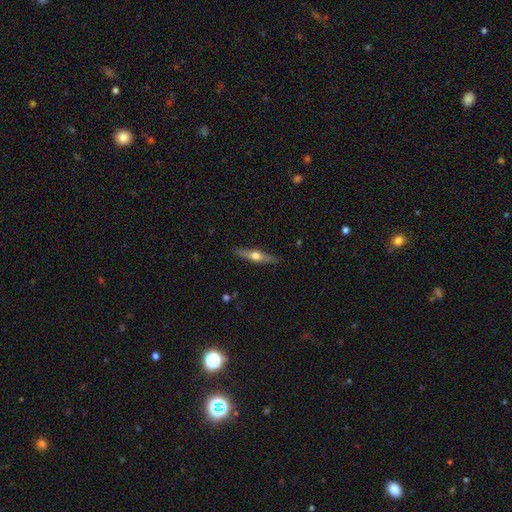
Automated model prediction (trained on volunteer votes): smooth-or-featured: featured or disk: 61% | smooth: 33% | star or artifact: 6%
  disk-edge-on: yes: 96% | no: 4%
    edge-on-bulge: rounded: 94% | none: 3% | boxy: 3%
  merging: none: 90% | minor disturbance: 7% | major disturbance: 2% | merger: 1%